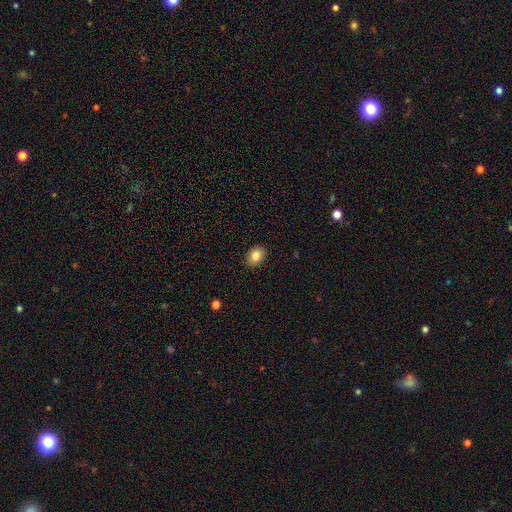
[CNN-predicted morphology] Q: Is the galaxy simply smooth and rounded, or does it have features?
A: smooth — 83%.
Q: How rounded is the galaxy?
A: in between — 73%.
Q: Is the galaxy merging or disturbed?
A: none — 89%.